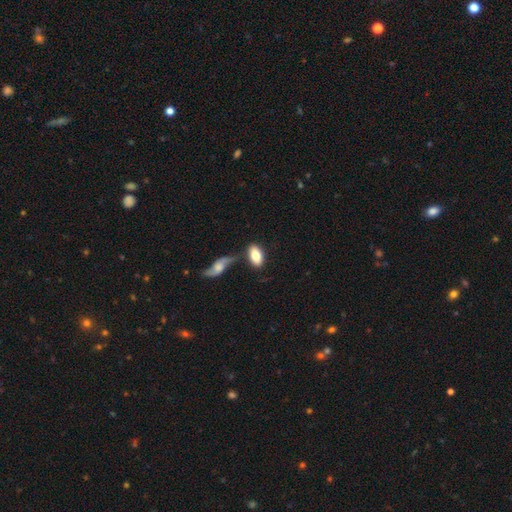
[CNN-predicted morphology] type=smooth (78%); roundness=in between (92%); merging=none (62%).